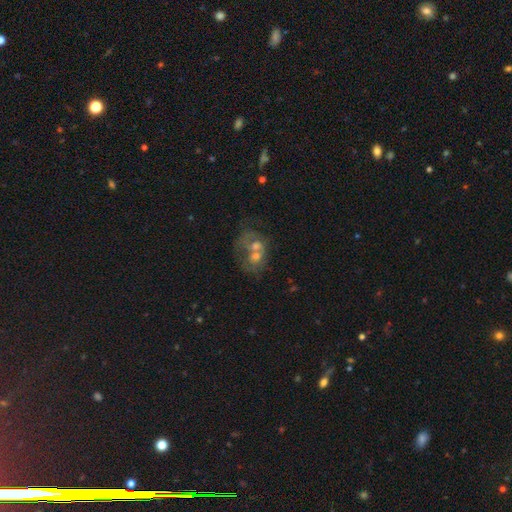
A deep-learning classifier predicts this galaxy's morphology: A featured or disk galaxy (45%). Merging: merger (49%).